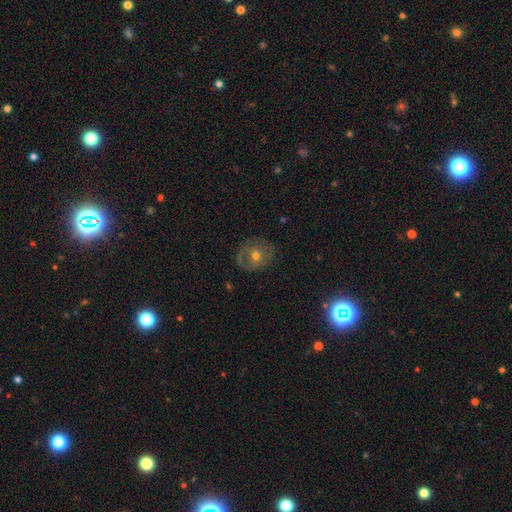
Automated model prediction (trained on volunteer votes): The model was most divided on "smooth or featured": featured or disk: 53%, smooth: 37%, star or artifact: 10%. More confident: edge-on disk — no (95%); merging — none (74%); bar — no (70%); bulge size — moderate (69%); spiral arms — no (60%).